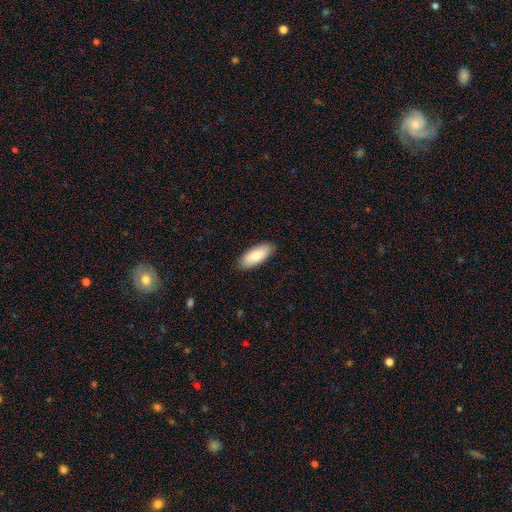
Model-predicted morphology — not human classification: The model was most divided on "smooth or featured": smooth: 80%, featured or disk: 15%, star or artifact: 6%. More confident: merging — none (88%); how rounded — in between (82%).